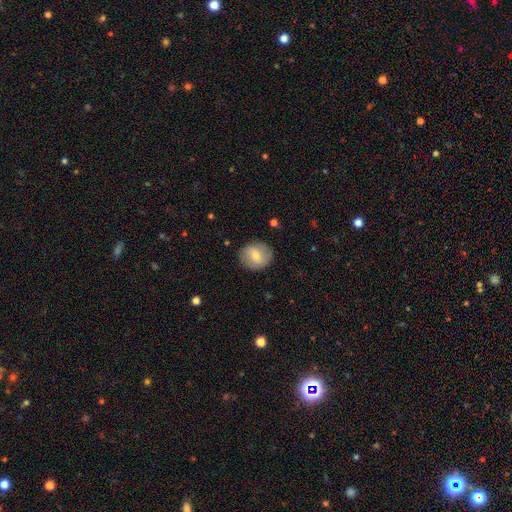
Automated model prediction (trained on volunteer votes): Smooth or featured? Predicted: smooth (p=0.68). How rounded? Predicted: round (p=0.81). Merging? Predicted: none (p=0.85).